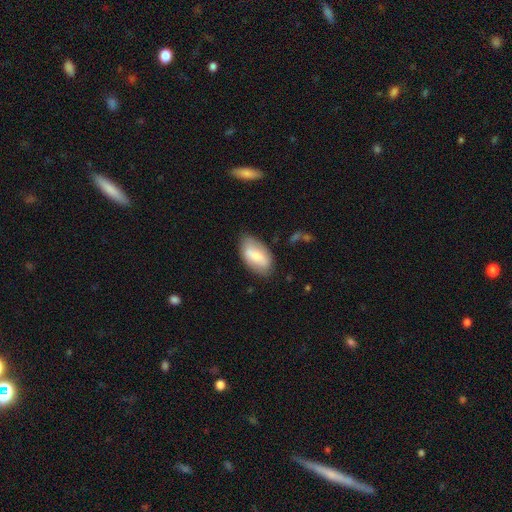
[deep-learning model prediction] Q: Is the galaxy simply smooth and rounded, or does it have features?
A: smooth — 67%.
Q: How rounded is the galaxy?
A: in between — 94%.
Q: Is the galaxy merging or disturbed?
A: none — 70%.